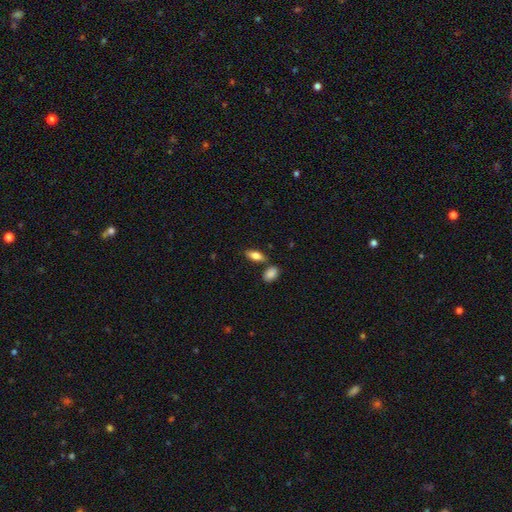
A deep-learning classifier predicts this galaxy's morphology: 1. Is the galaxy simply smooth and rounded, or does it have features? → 79% smooth, 15% featured or disk, 7% star or artifact.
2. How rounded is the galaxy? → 81% in between, 15% cigar-shaped, 3% round.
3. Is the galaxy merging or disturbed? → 75% none, 12% merger, 10% minor disturbance, 3% major disturbance.